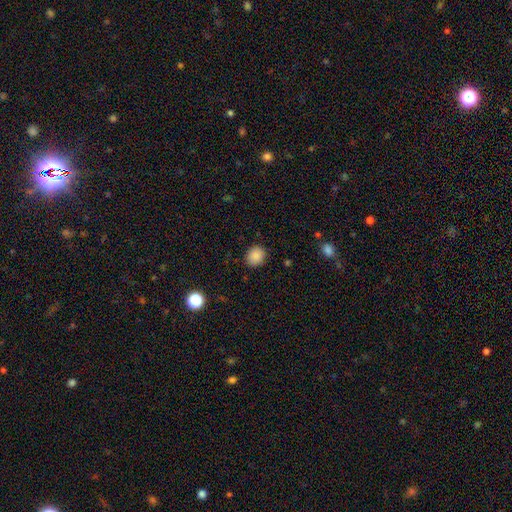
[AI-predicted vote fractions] Smooth or featured? smooth (86%)
How rounded? round (71%)
Merging? none (87%)